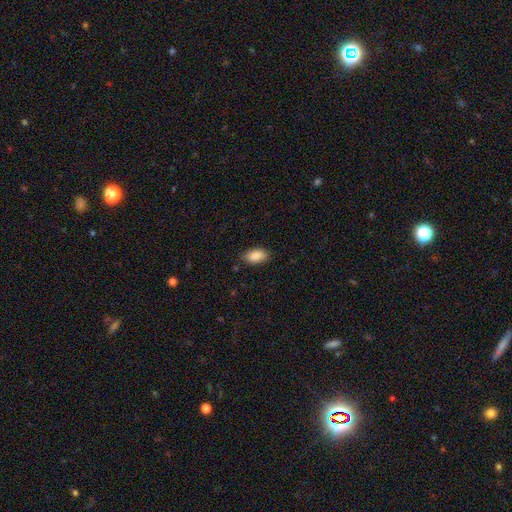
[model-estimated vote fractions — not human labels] This is clearly a smooth galaxy (88%). How rounded: clearly in between (93%). Merging: clearly none (85%).